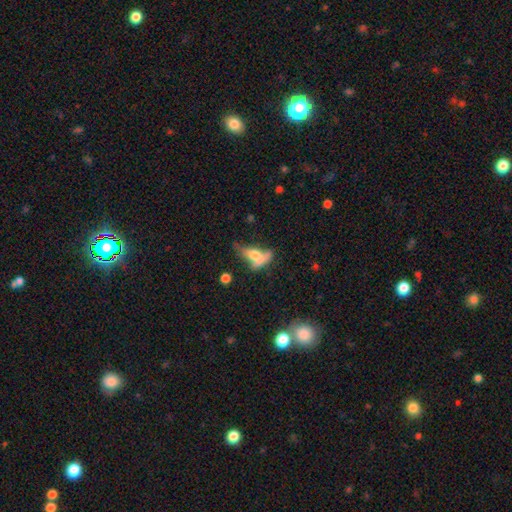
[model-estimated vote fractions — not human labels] Smooth or featured?
  - smooth: 53% *
  - featured or disk: 35%
  - star or artifact: 12%
How rounded?
  - in between: 59% *
  - cigar-shaped: 30%
  - round: 11%
Merging?
  - merger: 32% *
  - none: 28%
  - major disturbance: 23%
  - minor disturbance: 17%